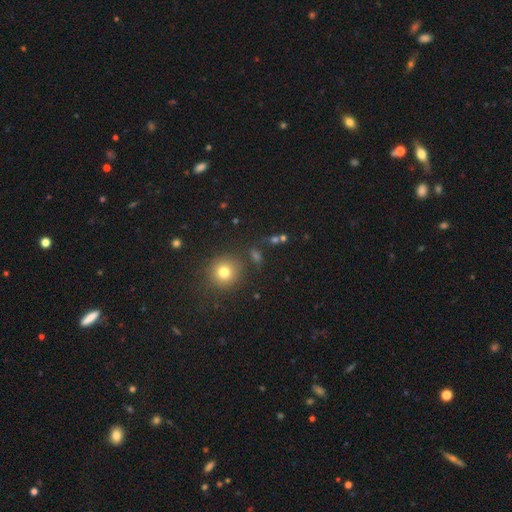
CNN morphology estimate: A smooth galaxy with no disk features (54%) that is round (63%). Merging: none (76%).